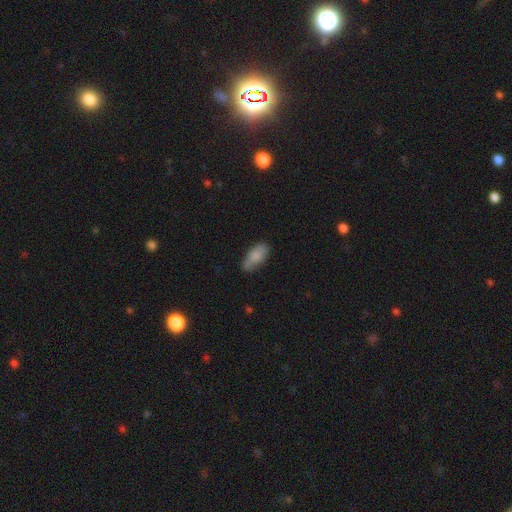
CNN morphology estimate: A smooth galaxy with no disk features (79%) that is in between round and cigar-shaped (88%). Merging: none (62%).